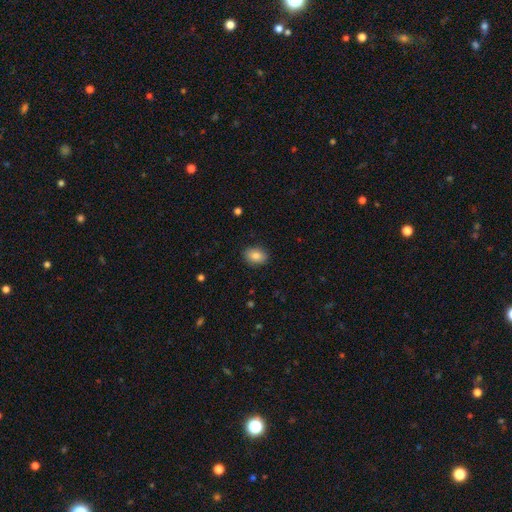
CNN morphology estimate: The model was most divided on "how rounded": in between: 80%, round: 18%, cigar-shaped: 1%. More confident: merging — none (88%); smooth or featured — smooth (84%).